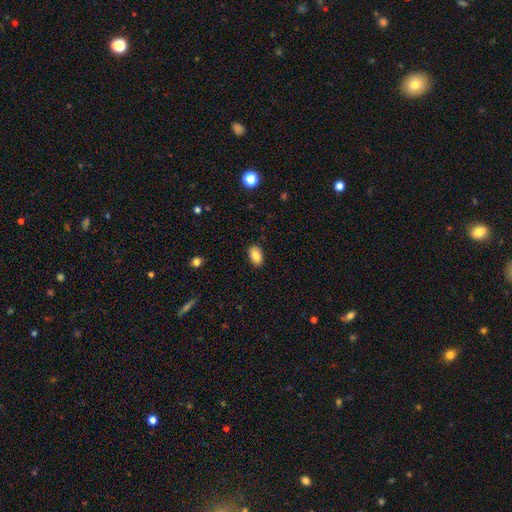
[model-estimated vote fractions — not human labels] Overall: smooth (86%). How rounded: in between (90%). Merging: none (88%).